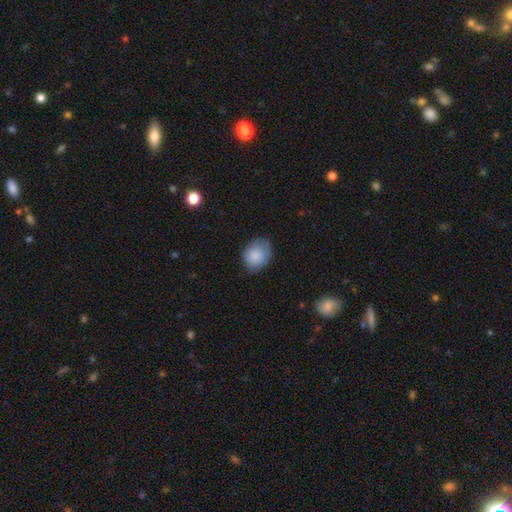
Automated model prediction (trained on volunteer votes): Q: Smooth or featured?
A: smooth (86%); runner-up: featured or disk (7%)
Q: How rounded?
A: in between (51%); runner-up: round (48%)
Q: Merging?
A: none (69%); runner-up: minor disturbance (25%)